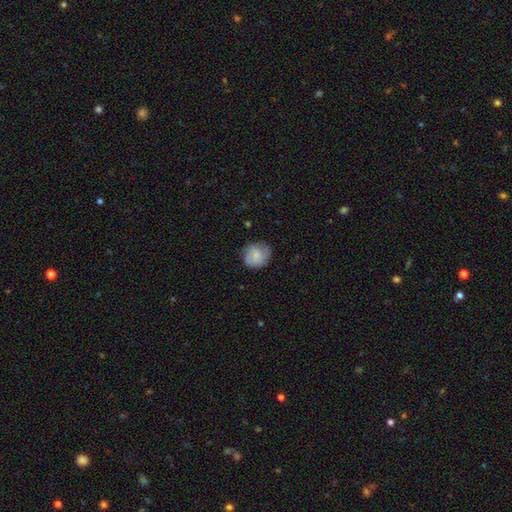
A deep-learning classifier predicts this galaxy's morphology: Smooth or featured? smooth (71%)
How rounded? round (83%)
Merging? none (72%)